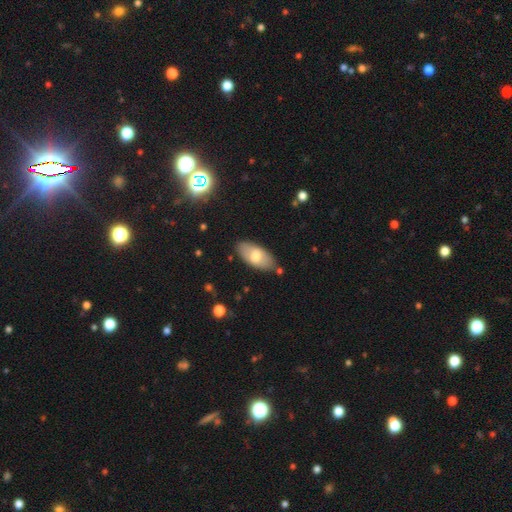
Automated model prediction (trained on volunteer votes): Smooth or featured? smooth (68%)
How rounded? in between (92%)
Merging? none (83%)